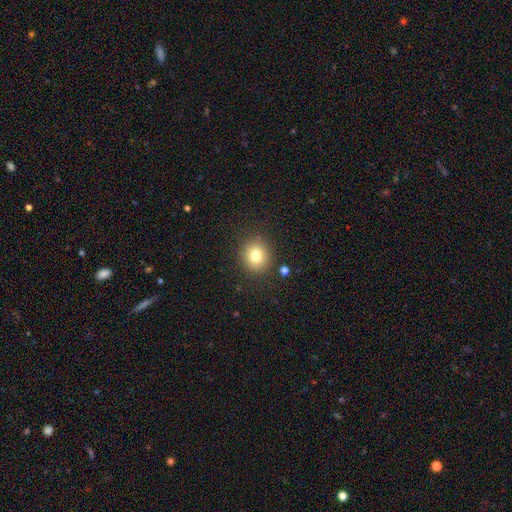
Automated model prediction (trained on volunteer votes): Smooth or featured? smooth (79%)
How rounded? round (86%)
Merging? none (88%)